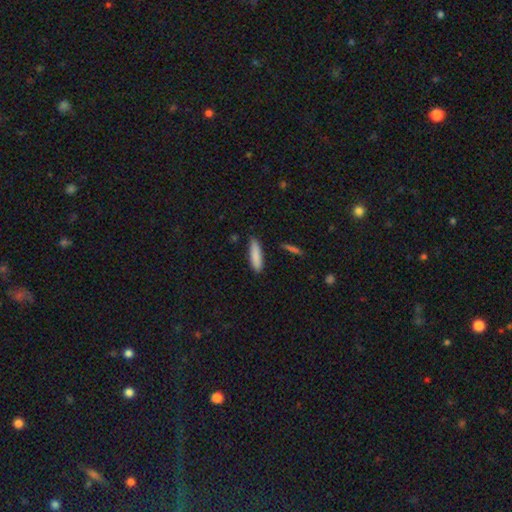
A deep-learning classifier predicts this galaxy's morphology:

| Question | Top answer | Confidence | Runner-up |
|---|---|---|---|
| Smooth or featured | smooth | 86% | featured or disk (8%) |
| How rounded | cigar-shaped | 70% | in between (28%) |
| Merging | none | 82% | minor disturbance (14%) |